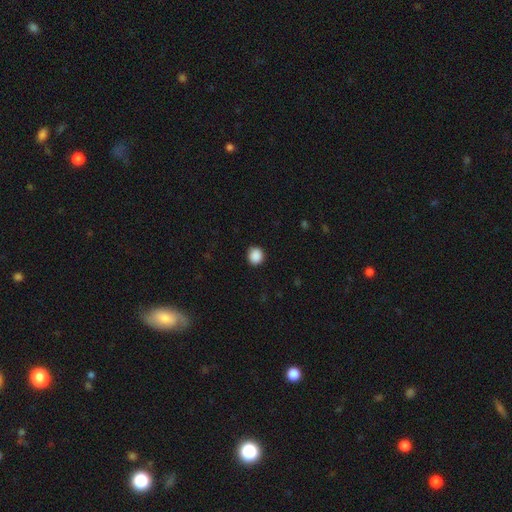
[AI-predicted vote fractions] Overall: smooth (89%). How rounded: round (89%). Merging: none (90%).